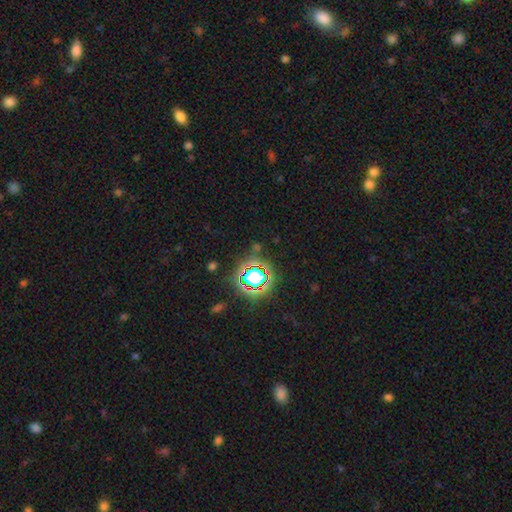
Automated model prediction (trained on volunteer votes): This is likely a star or artifact rather than a galaxy (78%).